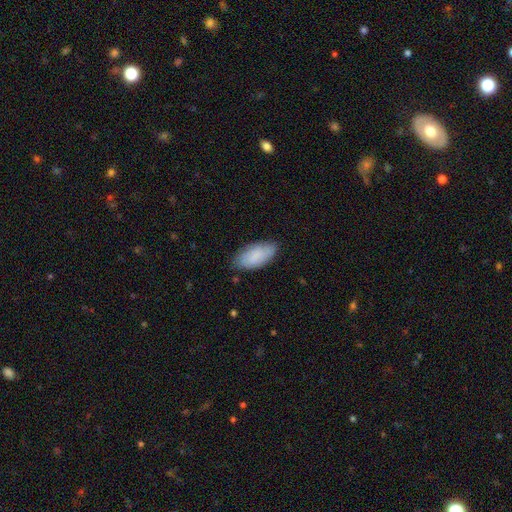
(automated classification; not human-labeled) Overall: smooth (84%). How rounded: in between (93%). Merging: none (77%).